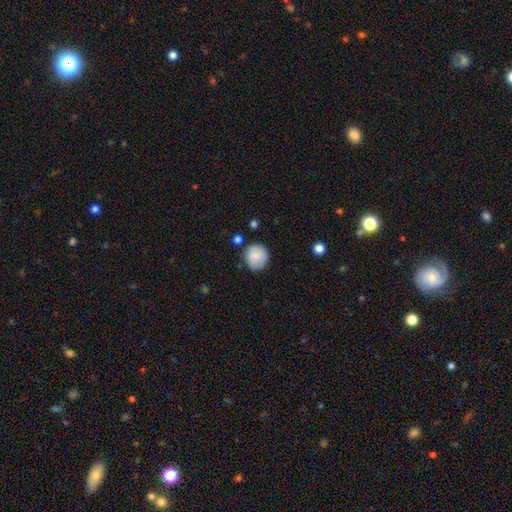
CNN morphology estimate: Smooth or featured? Predicted: smooth (p=0.85). How rounded? Predicted: round (p=0.90). Merging? Predicted: none (p=0.81).